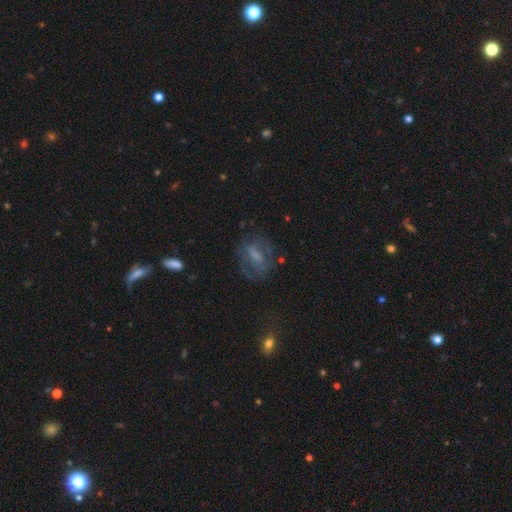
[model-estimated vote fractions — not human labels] A featured or disk galaxy (51%).

Vote fractions:
- Smooth or featured? featured or disk: 51% / smooth: 36% / star or artifact: 14%
- Edge-on disk? no: 92% / yes: 8%
- Merging? none: 60% / minor disturbance: 19% / major disturbance: 19% / merger: 2%